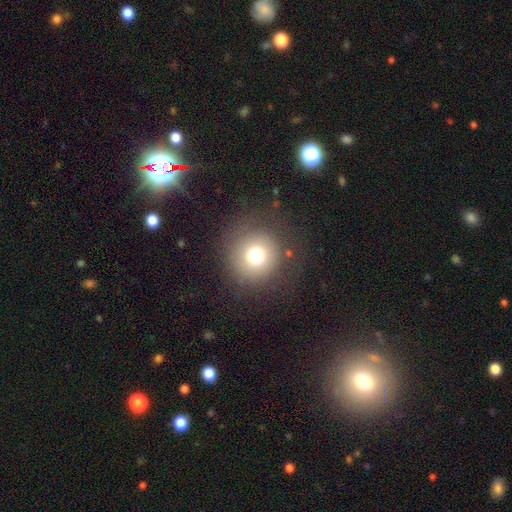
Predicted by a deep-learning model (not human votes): A smooth galaxy with no disk features (72%) that is round (94%).

Vote fractions:
- Smooth or featured? smooth: 72% / star or artifact: 17% / featured or disk: 11%
- How rounded? round: 94% / in between: 5% / cigar-shaped: 1%
- Merging? none: 83% / minor disturbance: 9% / major disturbance: 7% / merger: 2%